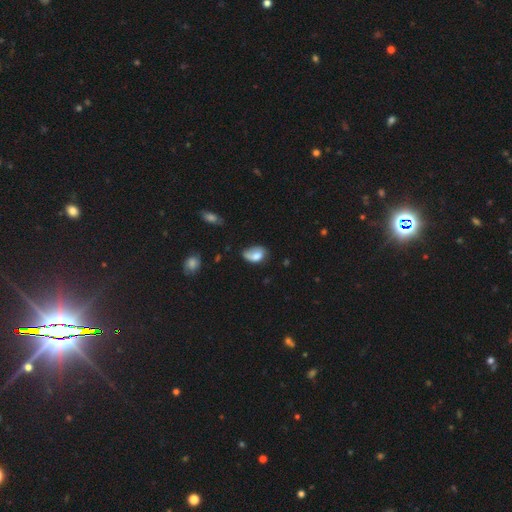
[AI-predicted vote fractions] Smooth or featured? Predicted: smooth (p=0.70). How rounded? Predicted: in between (p=0.85). Merging? Predicted: none (p=0.39).